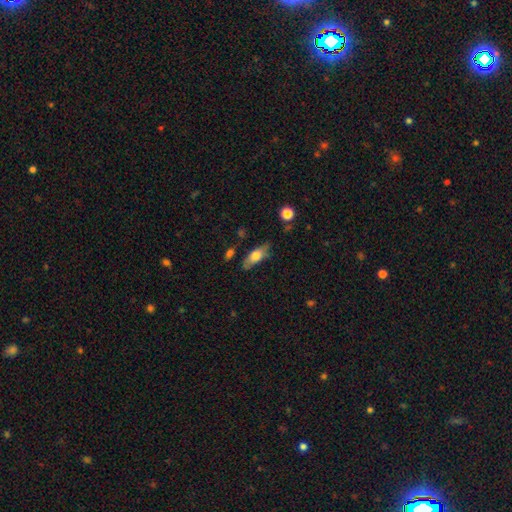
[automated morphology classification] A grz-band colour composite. It shows a smooth galaxy with no disk features (63%) that is in between round and cigar-shaped (70%). Merging: none (71%).